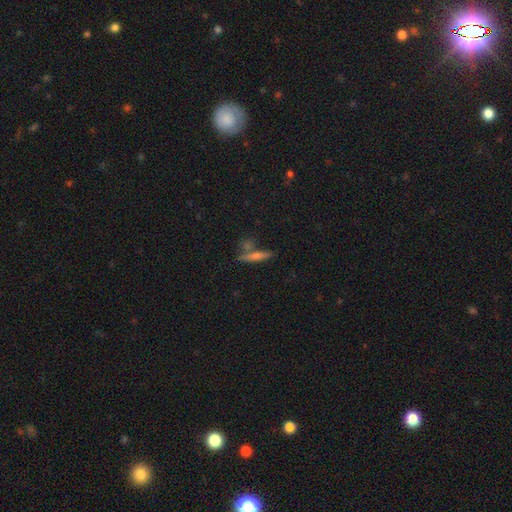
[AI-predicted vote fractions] Smooth or featured? Predicted: featured or disk (p=0.48). Merging? Predicted: none (p=0.70).